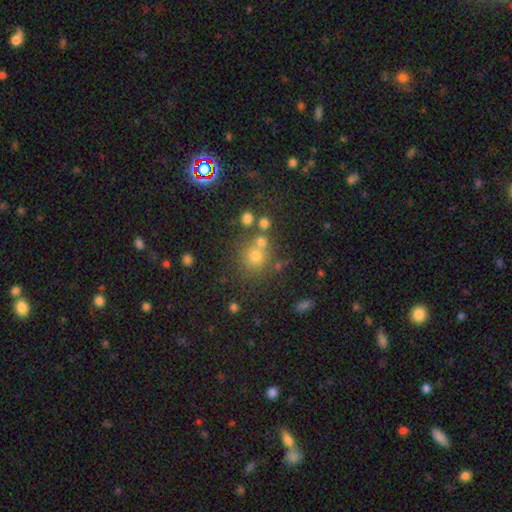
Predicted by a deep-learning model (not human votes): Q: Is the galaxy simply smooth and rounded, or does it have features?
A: smooth — 64%.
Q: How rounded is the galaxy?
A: round — 87%.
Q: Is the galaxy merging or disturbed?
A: none — 64%.